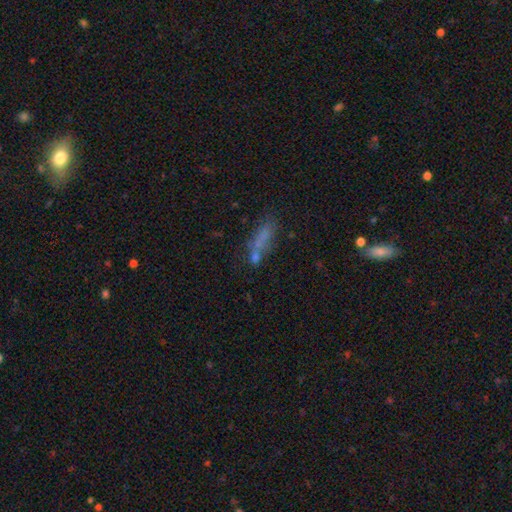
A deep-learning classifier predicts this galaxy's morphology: This appears to be a smooth galaxy with no disk features (57%) that is cigar-shaped (50%). Merging: none (47%).